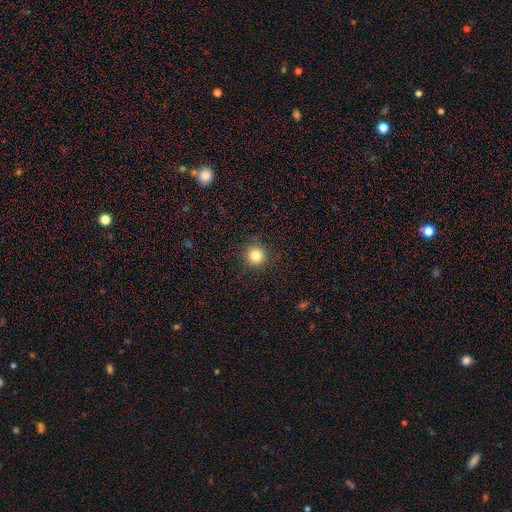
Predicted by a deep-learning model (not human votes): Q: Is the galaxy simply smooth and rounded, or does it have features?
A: smooth — 81%.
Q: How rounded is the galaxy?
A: round — 95%.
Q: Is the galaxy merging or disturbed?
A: none — 91%.